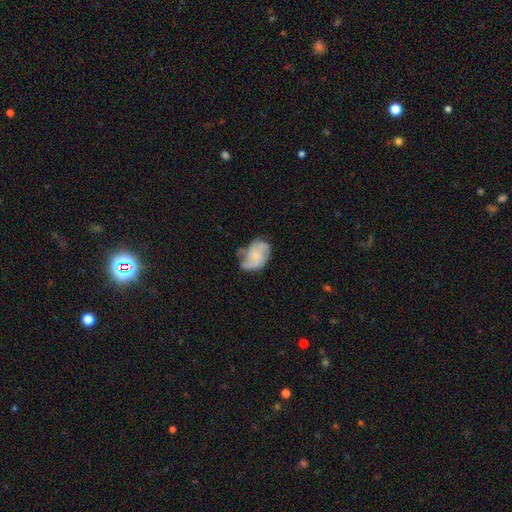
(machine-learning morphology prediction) smooth_or_featured: featured or disk (p=0.64) [alt: smooth p=0.29]
disk_edge_on: no (p=0.98) [alt: yes p=0.02]
bar: no (p=0.68) [alt: weak p=0.27]
has_spiral_arms: yes (p=0.89) [alt: no p=0.11]
spiral_winding: medium (p=0.44) [alt: loose p=0.36]
spiral_arm_count: 2 (p=0.46) [alt: 3 p=0.27]
bulge_size: small (p=0.49) [alt: moderate p=0.25]
merging: none (p=0.52) [alt: minor disturbance p=0.31]